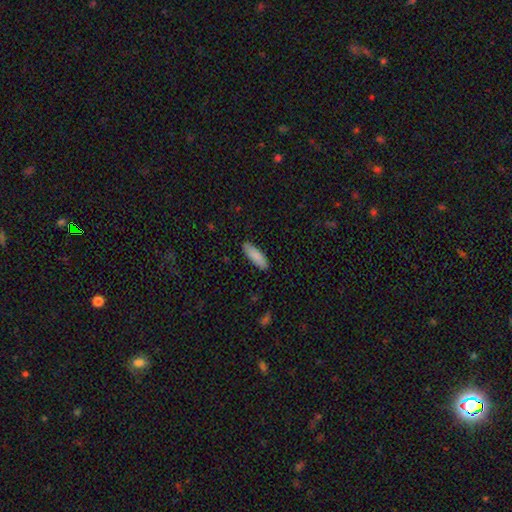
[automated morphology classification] type=smooth (87%); roundness=in between (57%); merging=none (87%).